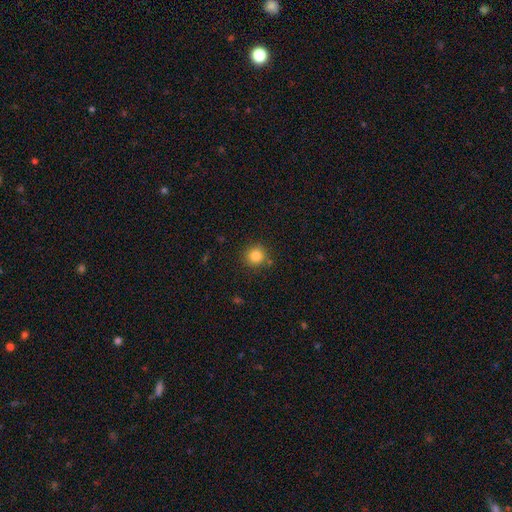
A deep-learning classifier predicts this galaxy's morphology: type=smooth (83%); roundness=round (92%); merging=none (84%).